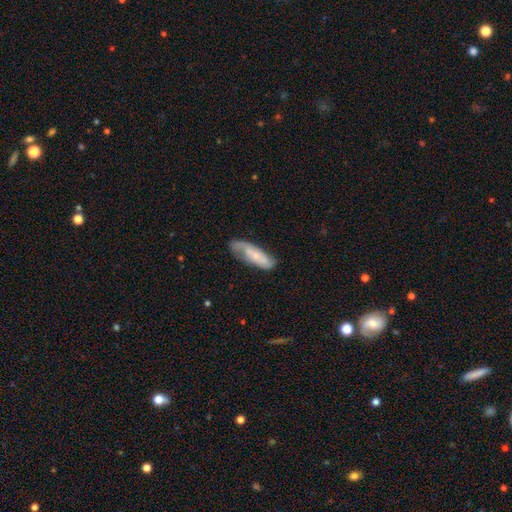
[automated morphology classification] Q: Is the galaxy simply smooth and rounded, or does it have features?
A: featured or disk — 53%.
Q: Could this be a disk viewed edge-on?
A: no — 83%.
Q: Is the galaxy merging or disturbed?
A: none — 59%.